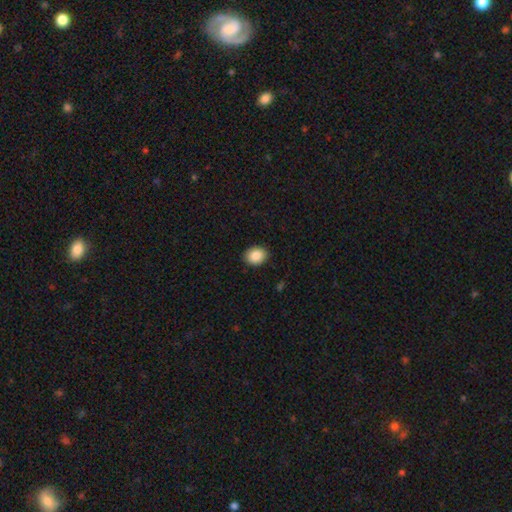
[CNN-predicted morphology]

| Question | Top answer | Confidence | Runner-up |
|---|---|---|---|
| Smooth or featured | smooth | 86% | star or artifact (8%) |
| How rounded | in between | 51% | round (48%) |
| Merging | none | 90% | minor disturbance (7%) |